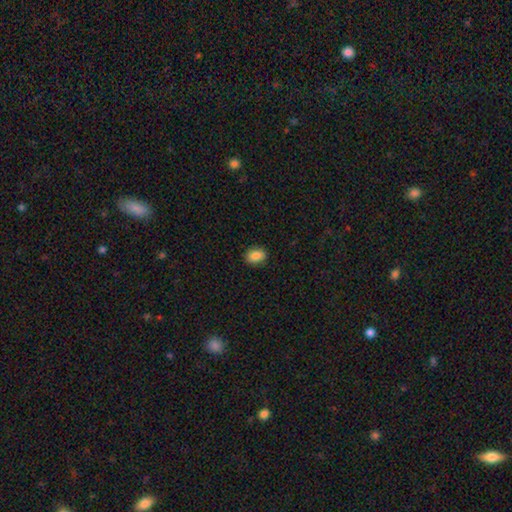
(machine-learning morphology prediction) This appears to be a smooth galaxy with no disk features (85%) that is in between round and cigar-shaped (71%). Merging: none (89%).